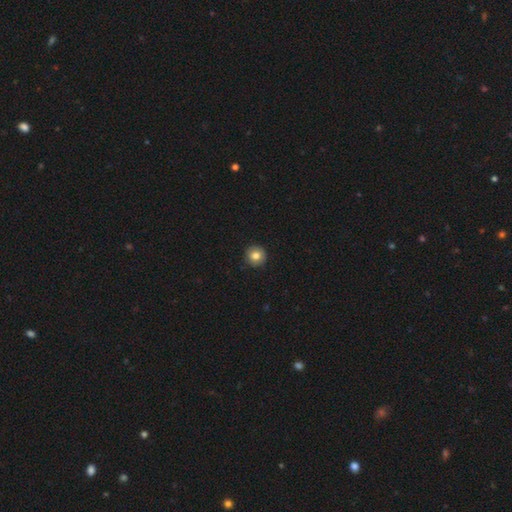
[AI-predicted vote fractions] This is clearly a smooth galaxy (82%). How rounded: clearly round (94%). Merging: clearly none (92%).